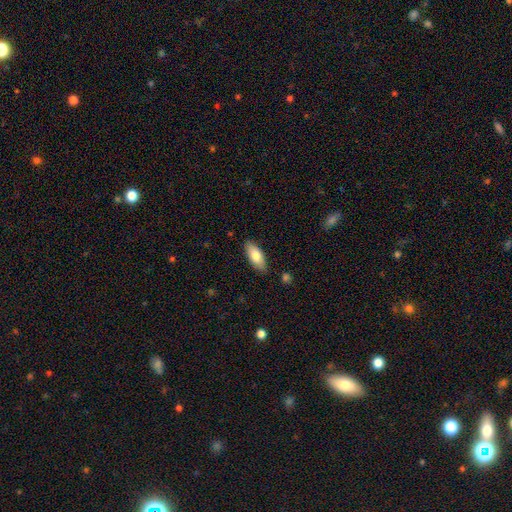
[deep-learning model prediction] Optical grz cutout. It shows a smooth galaxy with no disk features (77%) that is in between round and cigar-shaped (80%). Merging: none (86%).